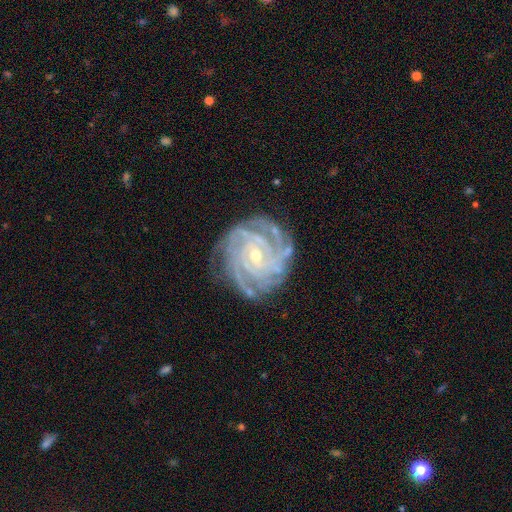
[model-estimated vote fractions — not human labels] smooth-or-featured: featured or disk: 92% | star or artifact: 5% | smooth: 3%
  disk-edge-on: no: 98% | yes: 2%
    bar: no: 56% | weak: 31% | strong: 12%
    has-spiral-arms: yes: 98% | no: 2%
      spiral-winding: tight: 81% | medium: 17% | loose: 2%
      spiral-arm-count: 4: 32% | 3: 18% | more than 4: 17% | can't tell: 16% | 2: 10% | 1: 7%
    bulge-size: small: 64% | moderate: 34% | large: 1% | none: 1% | dominant: 1%
  merging: none: 78% | minor disturbance: 15% | major disturbance: 5% | merger: 2%